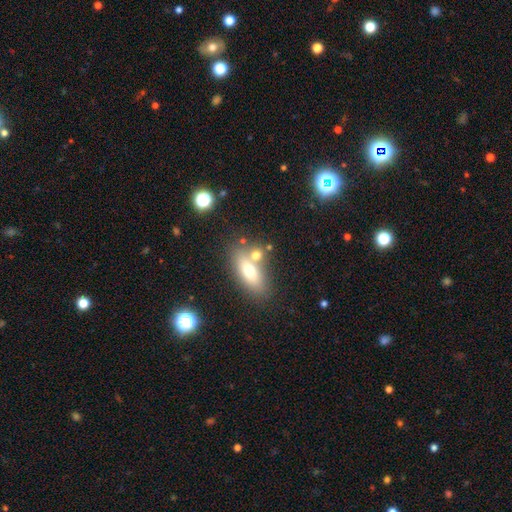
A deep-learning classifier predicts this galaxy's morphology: Smooth or featured: smooth — 66% (featured or disk — 23%)
How rounded: in between — 68% (cigar-shaped — 16%)
Merging: none — 54% (merger — 30%)